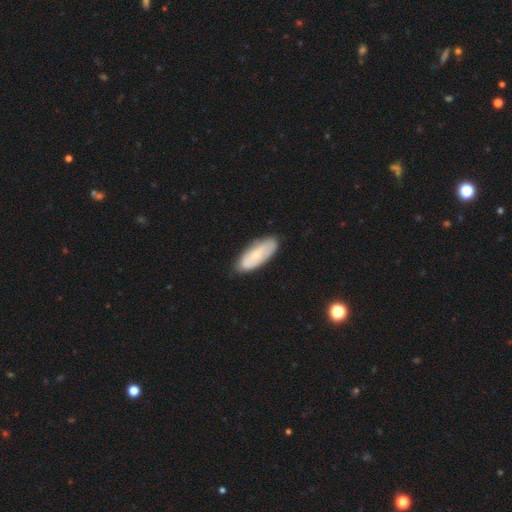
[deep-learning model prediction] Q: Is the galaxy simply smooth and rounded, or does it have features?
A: smooth — 65%.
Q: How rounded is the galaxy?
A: in between — 75%.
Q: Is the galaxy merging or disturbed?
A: none — 79%.